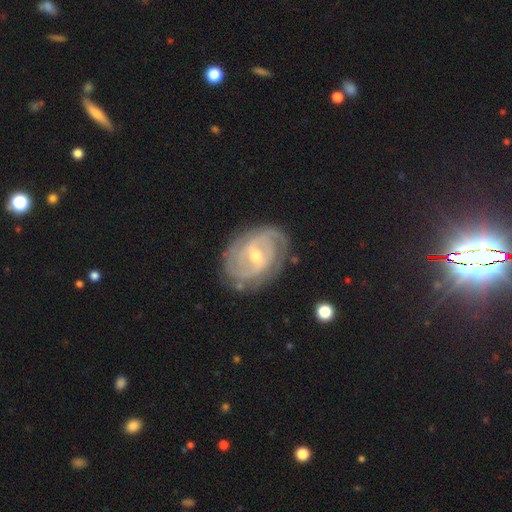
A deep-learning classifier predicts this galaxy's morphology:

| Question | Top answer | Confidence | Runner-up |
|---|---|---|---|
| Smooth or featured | featured or disk | 88% | smooth (7%) |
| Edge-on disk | no | 97% | yes (3%) |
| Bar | weak | 53% | no (25%) |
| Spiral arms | yes | 97% | no (3%) |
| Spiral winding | tight | 67% | medium (28%) |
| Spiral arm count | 2 | 43% | can't tell (21%) |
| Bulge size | small | 52% | moderate (45%) |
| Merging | none | 78% | minor disturbance (16%) |